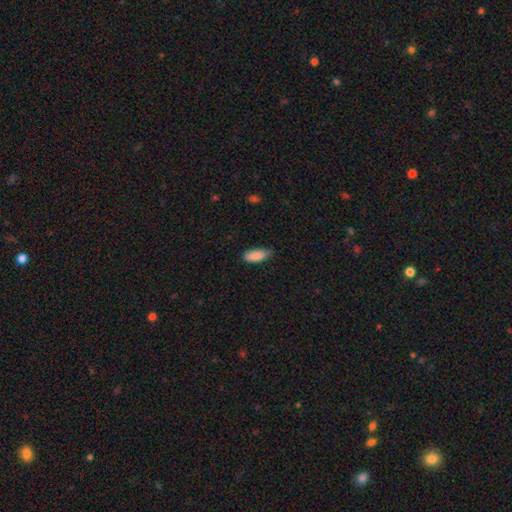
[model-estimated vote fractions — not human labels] Overall: smooth (88%). How rounded: in between (78%). Merging: none (72%).